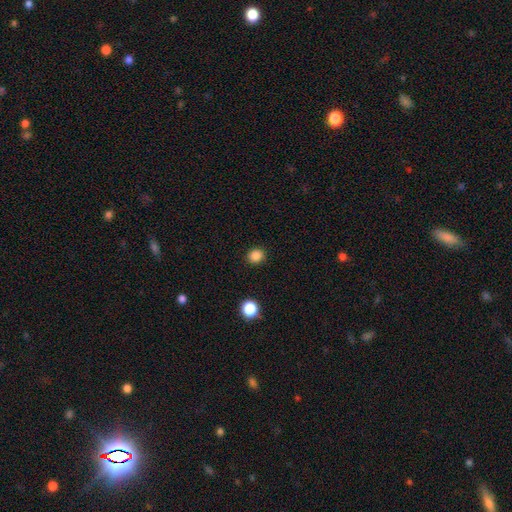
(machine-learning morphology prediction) The model was most divided on "how rounded": round: 75%, in between: 24%, cigar-shaped: 1%. More confident: merging — none (90%); smooth or featured — smooth (85%).